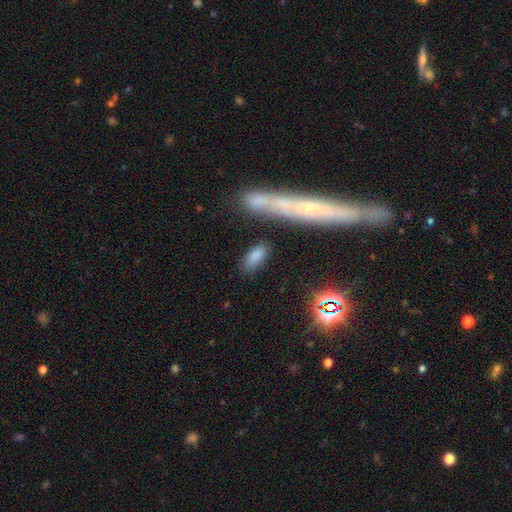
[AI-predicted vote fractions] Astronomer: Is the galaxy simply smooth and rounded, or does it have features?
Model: smooth — 84%.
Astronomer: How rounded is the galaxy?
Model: in between — 79%.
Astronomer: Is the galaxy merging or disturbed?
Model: none — 78%.